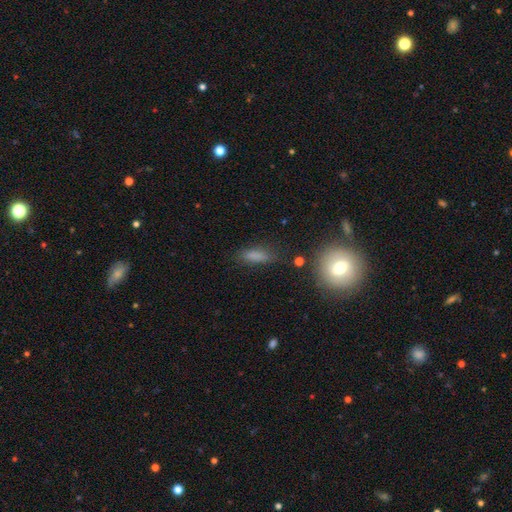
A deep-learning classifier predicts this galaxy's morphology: Smooth or featured: smooth — 79% (star or artifact — 12%)
How rounded: in between — 48% (tied with cigar-shaped — 48%)
Merging: none — 76% (minor disturbance — 16%)